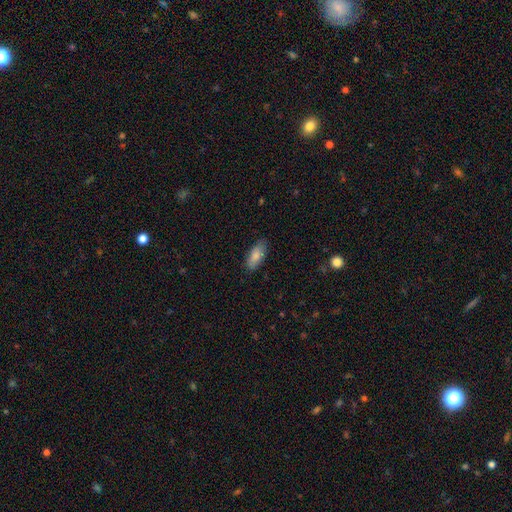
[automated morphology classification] The model was most divided on "merging": none: 82%, minor disturbance: 14%, major disturbance: 3%, merger: 1%. More confident: how rounded — in between (84%); smooth or featured — smooth (83%).